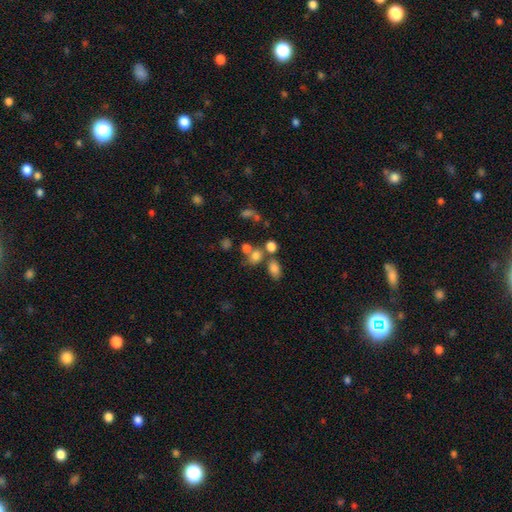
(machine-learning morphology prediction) smooth 72%, star or artifact 16%, featured or disk 12%. Down the decision tree: how rounded — round (55%); merging — none (45%).